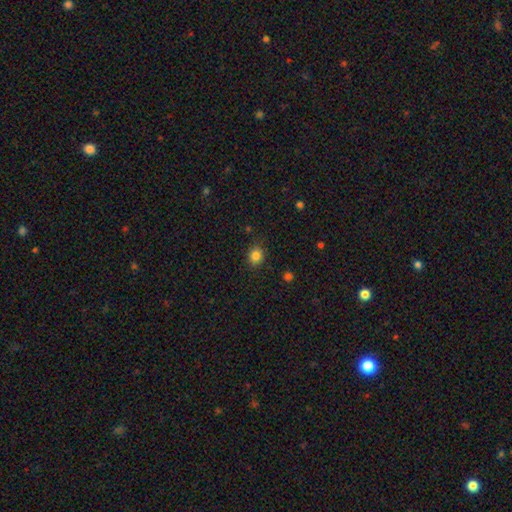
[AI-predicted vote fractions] This appears to be a smooth galaxy with no disk features (84%) that is round (73%). Merging: none (85%).